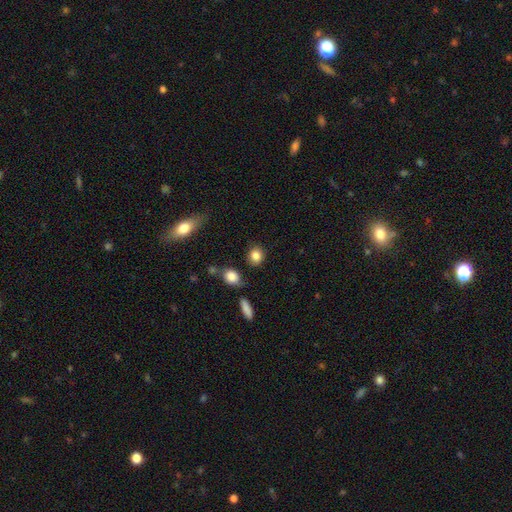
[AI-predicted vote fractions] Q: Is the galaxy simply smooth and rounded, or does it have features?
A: smooth — 85%.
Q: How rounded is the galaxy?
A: round — 74%.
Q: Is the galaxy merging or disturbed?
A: none — 83%.